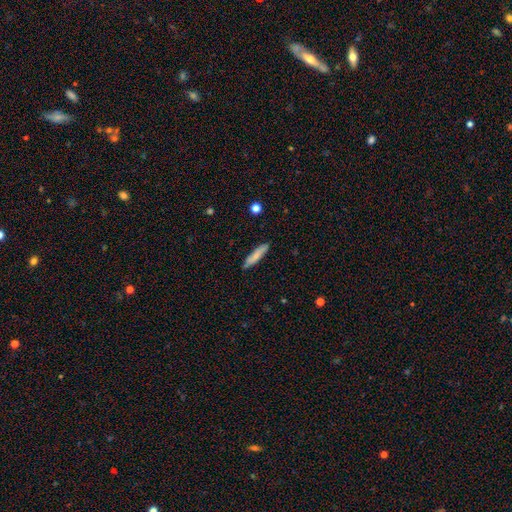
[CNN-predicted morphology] A smooth galaxy with no disk features (75%) that is cigar-shaped (82%). Merging: none (84%).